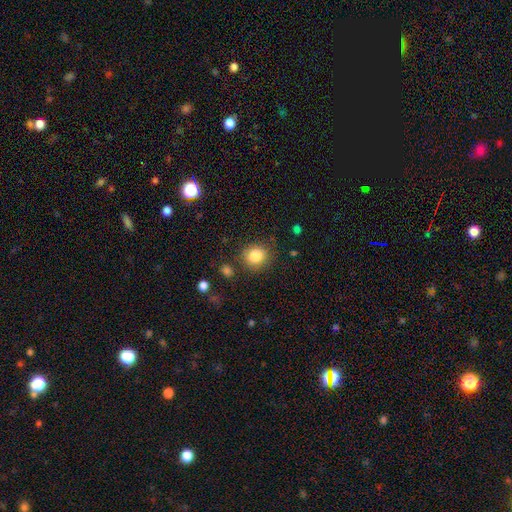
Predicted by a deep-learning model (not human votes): smooth-or-featured: smooth: 85% | star or artifact: 10% | featured or disk: 6%
  how-rounded: round: 80% | in between: 20% | cigar-shaped: 1%
  merging: none: 84% | minor disturbance: 10% | major disturbance: 3% | merger: 3%